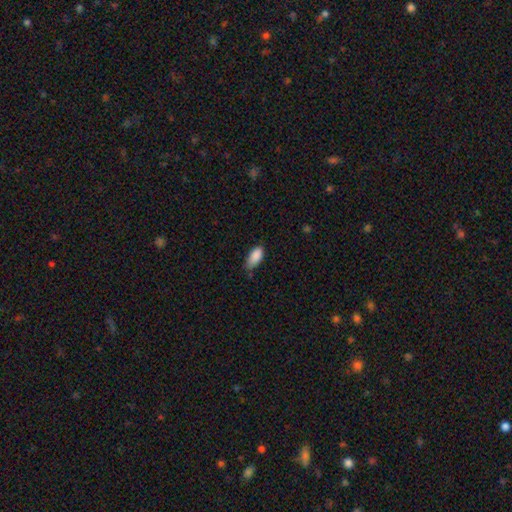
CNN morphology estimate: Q: Smooth or featured?
A: smooth (88%); runner-up: star or artifact (7%)
Q: How rounded?
A: in between (91%); runner-up: cigar-shaped (6%)
Q: Merging?
A: none (53%); runner-up: minor disturbance (38%)